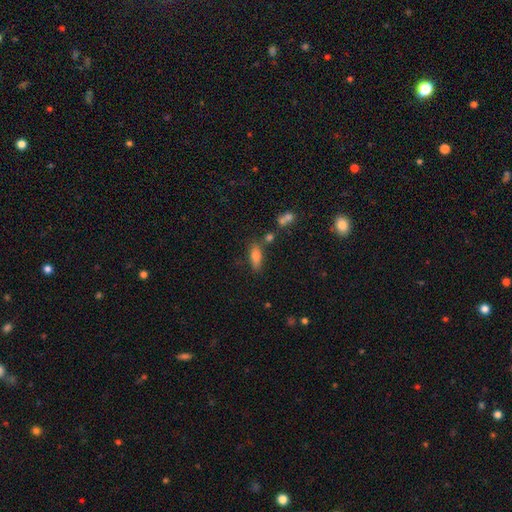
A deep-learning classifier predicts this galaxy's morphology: Smooth or featured: smooth — 77% (featured or disk — 13%)
How rounded: in between — 67% (cigar-shaped — 29%)
Merging: none — 67% (minor disturbance — 17%)